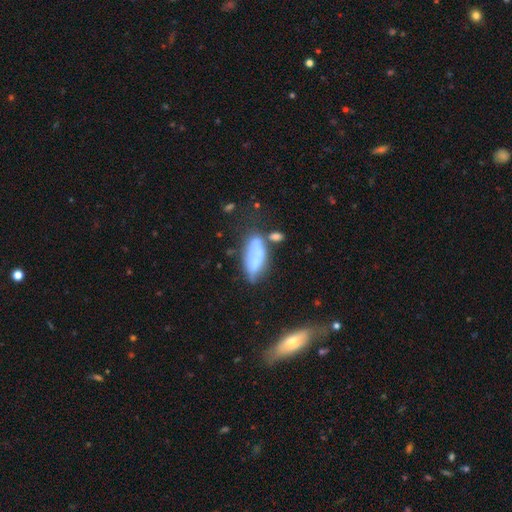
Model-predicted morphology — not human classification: smooth 59%, featured or disk 33%, star or artifact 8%. Down the decision tree: how rounded — in between (74%); merging — none (37%).